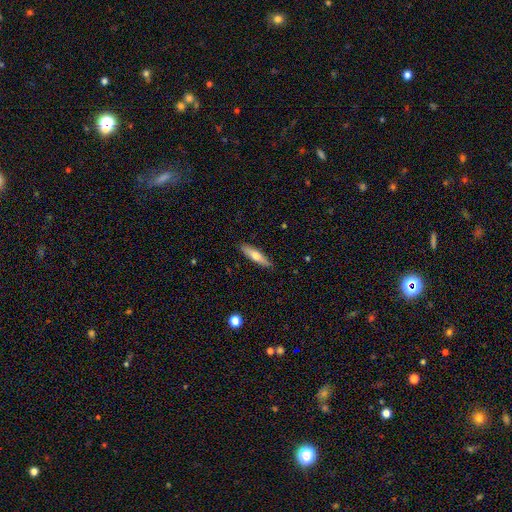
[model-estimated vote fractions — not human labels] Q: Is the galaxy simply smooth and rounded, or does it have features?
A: smooth — 59%.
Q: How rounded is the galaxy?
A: cigar-shaped — 72%.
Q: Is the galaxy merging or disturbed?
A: none — 89%.